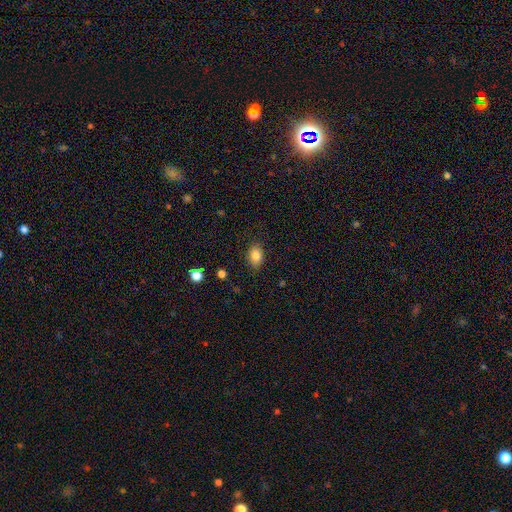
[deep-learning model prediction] The model was most divided on "how rounded": in between: 77%, round: 21%, cigar-shaped: 1%. More confident: merging — none (84%); smooth or featured — smooth (83%).